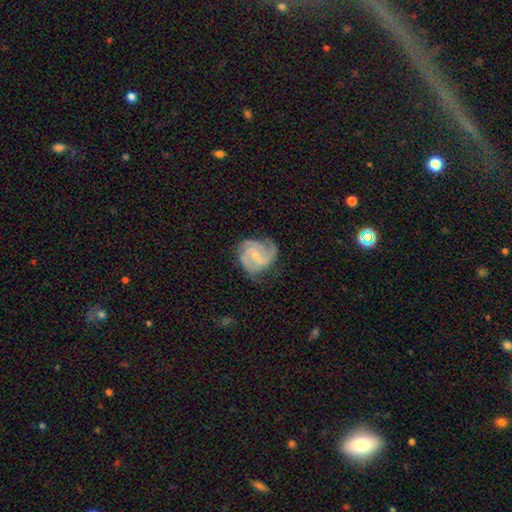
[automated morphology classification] This appears to be a featured or disk galaxy (88%) with no bar (48%), 3 (54%) medium (50%) spiral arms (98%) and a small central bulge (66%). Merging: none (68%).